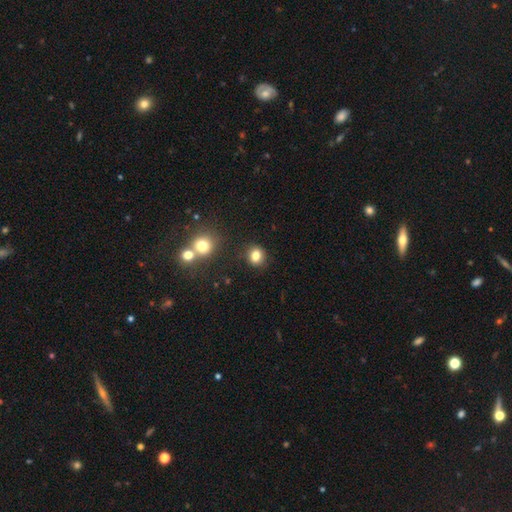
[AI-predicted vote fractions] Morphology: type=smooth (82%); roundness=round (76%); merging=none (86%).